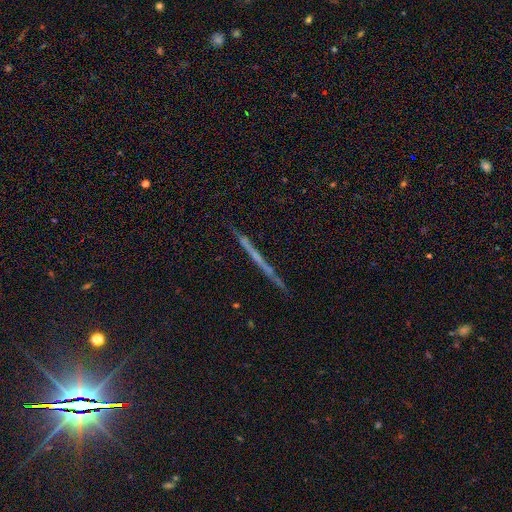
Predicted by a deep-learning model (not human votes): featured or disk 53%, smooth 29%, star or artifact 18%. Down the decision tree: edge-on disk — yes (96%); edge-on bulge — none (86%); merging — none (89%).